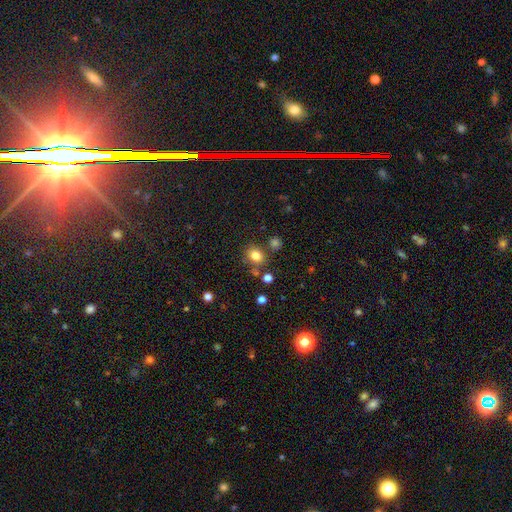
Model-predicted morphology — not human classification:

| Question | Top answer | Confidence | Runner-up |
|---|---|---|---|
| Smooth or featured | smooth | 80% | star or artifact (13%) |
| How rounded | round | 63% | in between (36%) |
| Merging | none | 73% | minor disturbance (12%) |